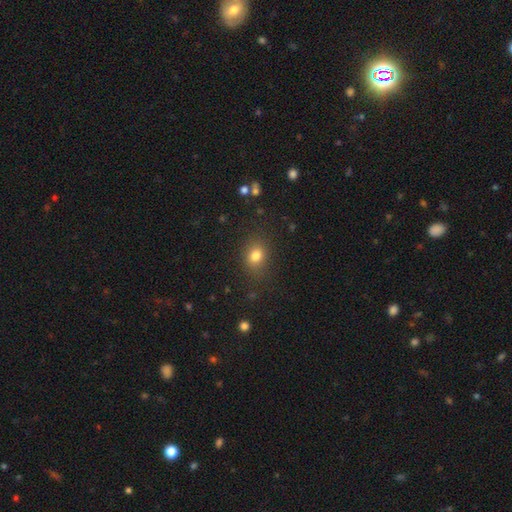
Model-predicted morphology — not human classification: A smooth galaxy with no disk features (80%) that is in between round and cigar-shaped (50%).

Vote fractions:
- Smooth or featured? smooth: 80% / star or artifact: 13% / featured or disk: 7%
- How rounded? in between: 50% / round: 48% / cigar-shaped: 1%
- Merging? none: 82% / minor disturbance: 12% / major disturbance: 5% / merger: 2%